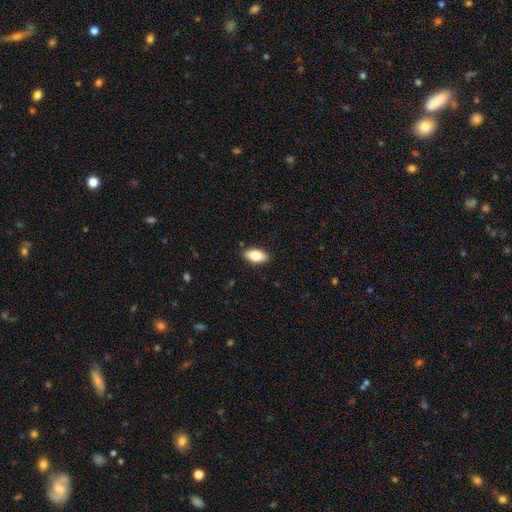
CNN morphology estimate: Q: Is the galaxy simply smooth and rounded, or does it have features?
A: smooth — 79%.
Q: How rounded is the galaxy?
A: in between — 91%.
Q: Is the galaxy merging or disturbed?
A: none — 89%.